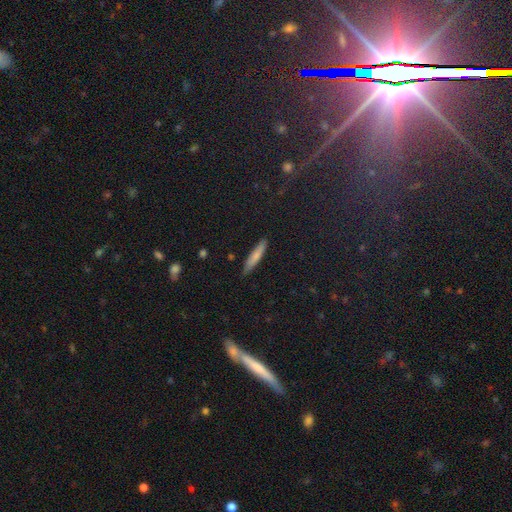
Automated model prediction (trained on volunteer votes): This appears to be a smooth galaxy with no disk features (72%) that is cigar-shaped (88%). Merging: none (84%).